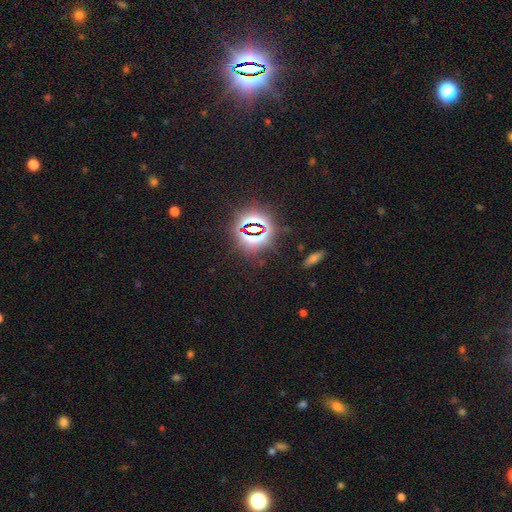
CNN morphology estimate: Smooth or featured: star or artifact — 82% (smooth — 11%)